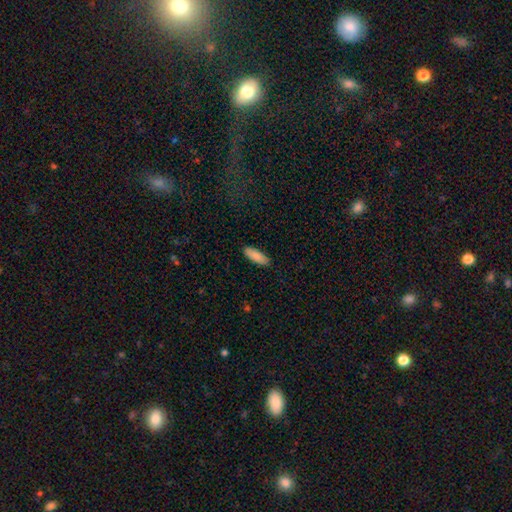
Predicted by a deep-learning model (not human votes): smooth 88%, featured or disk 6%, star or artifact 6%. Down the decision tree: how rounded — in between (64%); merging — none (89%).